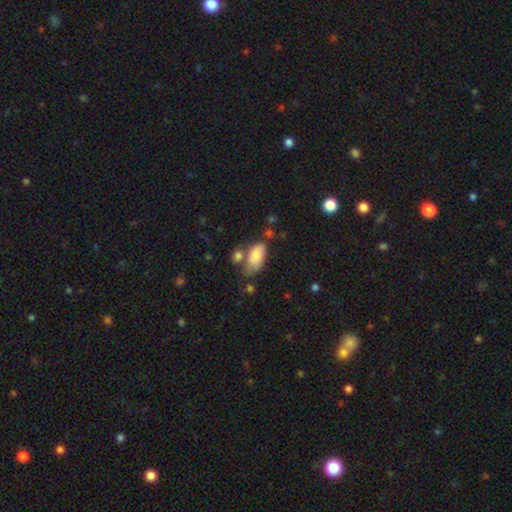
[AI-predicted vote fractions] smooth_or_featured: smooth (p=0.82) [alt: featured or disk p=0.11]
how_rounded: in between (p=0.92) [alt: cigar-shaped p=0.05]
merging: none (p=0.45) [alt: minor disturbance p=0.23]